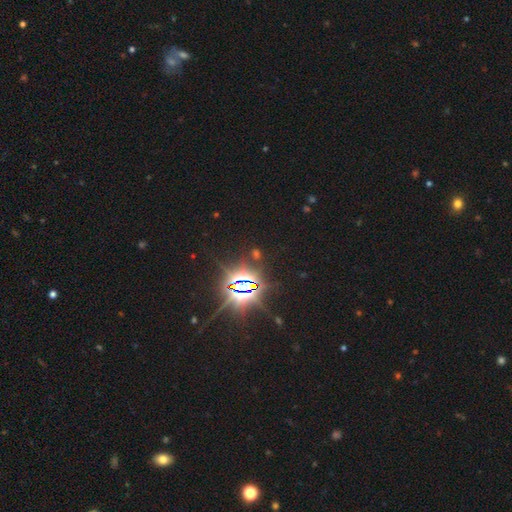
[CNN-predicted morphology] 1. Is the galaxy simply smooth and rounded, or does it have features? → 85% star or artifact, 8% smooth, 8% featured or disk.